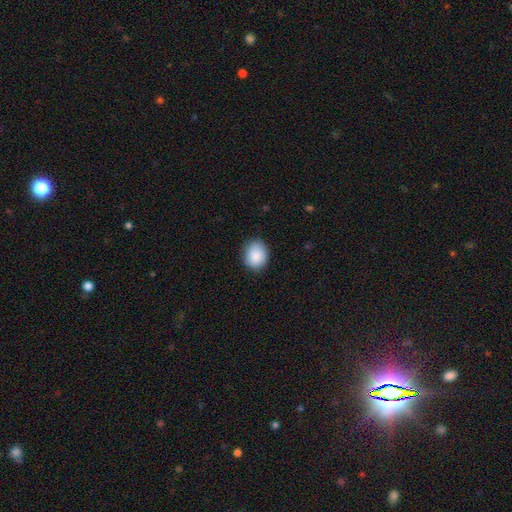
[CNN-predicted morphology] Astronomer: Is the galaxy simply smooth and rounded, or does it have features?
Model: smooth — 88%.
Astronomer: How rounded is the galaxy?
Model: round — 53% (runner-up: in between, 46%).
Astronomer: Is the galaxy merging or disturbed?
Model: none — 82%.